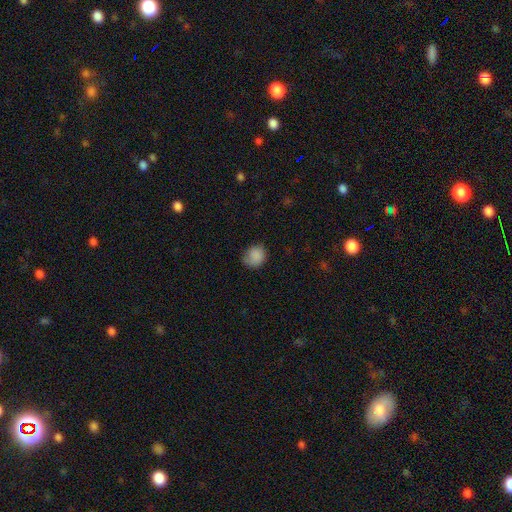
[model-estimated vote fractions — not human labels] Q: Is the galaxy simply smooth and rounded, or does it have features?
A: smooth — 86%.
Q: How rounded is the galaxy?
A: round — 69%.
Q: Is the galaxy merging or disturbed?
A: none — 66%.